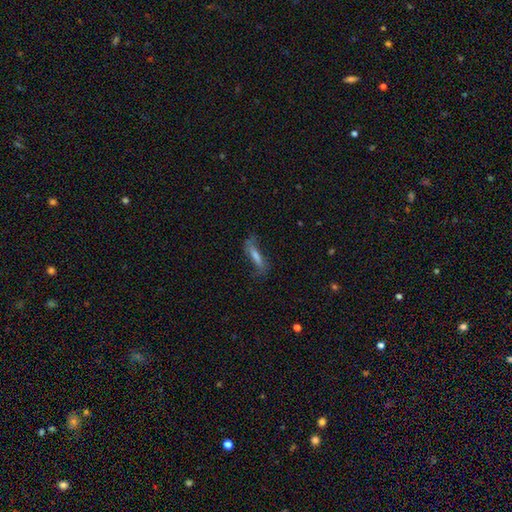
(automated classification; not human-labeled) This appears to be a featured or disk galaxy (48%). Merging: none (62%).